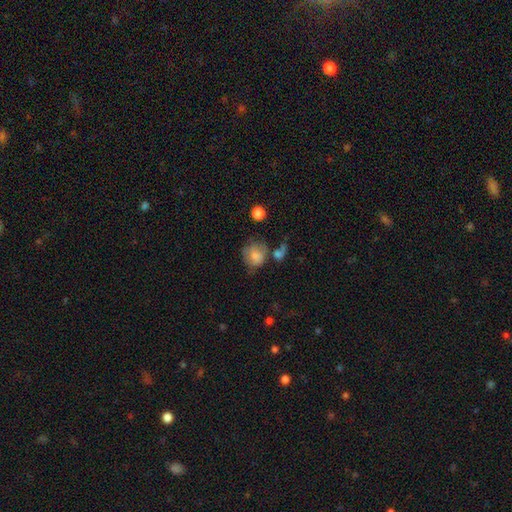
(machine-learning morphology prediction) A smooth galaxy with no disk features (75%) that is round (69%). Merging: none (42%).